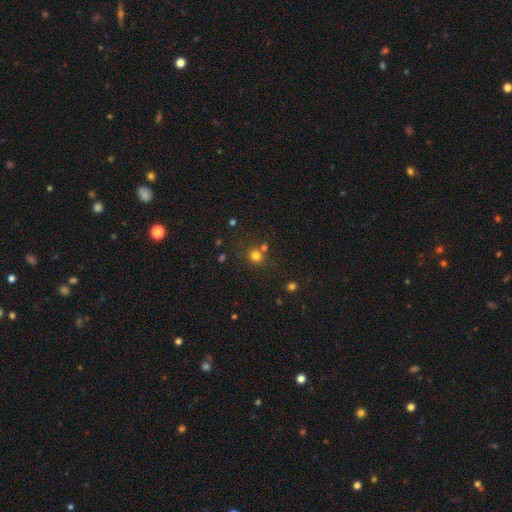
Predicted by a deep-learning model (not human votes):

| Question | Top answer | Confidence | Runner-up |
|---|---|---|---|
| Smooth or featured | smooth | 75% | star or artifact (18%) |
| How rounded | round | 88% | in between (11%) |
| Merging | none | 65% | merger (21%) |